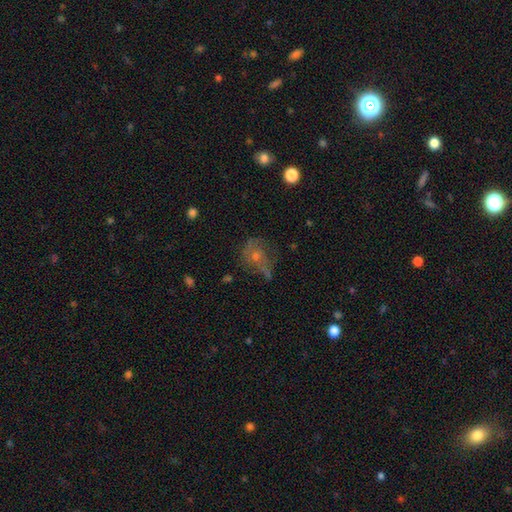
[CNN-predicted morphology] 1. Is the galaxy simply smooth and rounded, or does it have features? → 44% featured or disk, 36% smooth, 21% star or artifact.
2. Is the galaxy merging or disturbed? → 47% none, 24% major disturbance, 24% minor disturbance, 5% merger.